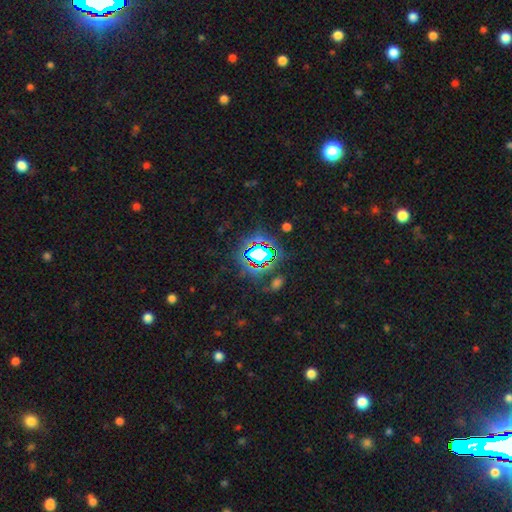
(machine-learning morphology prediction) This appears to be a star or artifact, not a galaxy (76%).